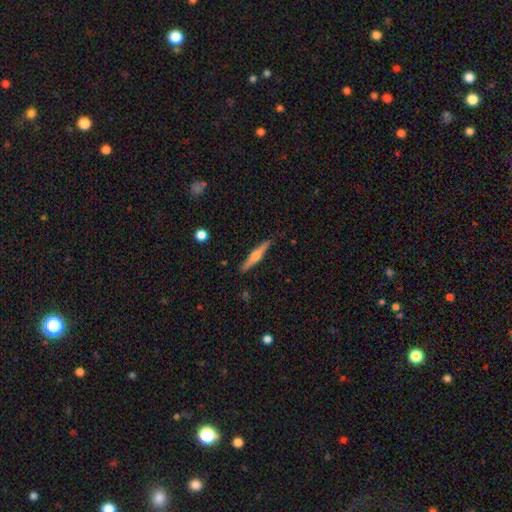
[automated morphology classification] Smooth or featured? Predicted: featured or disk (p=0.66). Edge-on disk? Predicted: yes (p=0.97). Edge-on bulge? Predicted: rounded (p=0.92). Merging? Predicted: none (p=0.89).